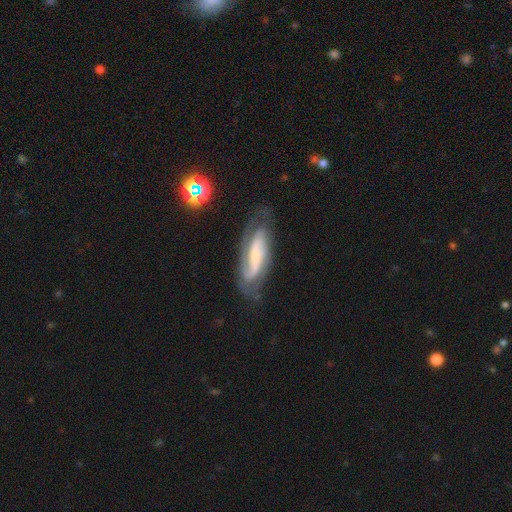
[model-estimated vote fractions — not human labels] The model was most divided on "bar": no: 42%, weak: 35%, strong: 24%. Remaining: spiral arms — yes (94%); edge-on disk — no (90%); smooth or featured — featured or disk (79%); spiral arm count — 2 (70%); merging — none (66%); bulge size — small (59%); spiral winding — medium (44%).